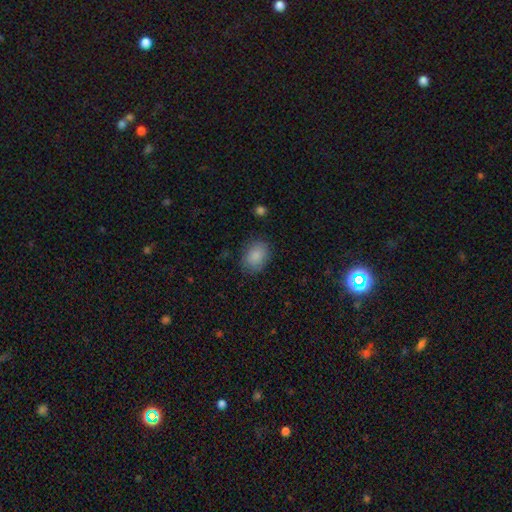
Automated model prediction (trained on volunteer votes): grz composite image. It shows a smooth galaxy with no disk features (87%) that is in between round and cigar-shaped (69%). Merging: none (81%).